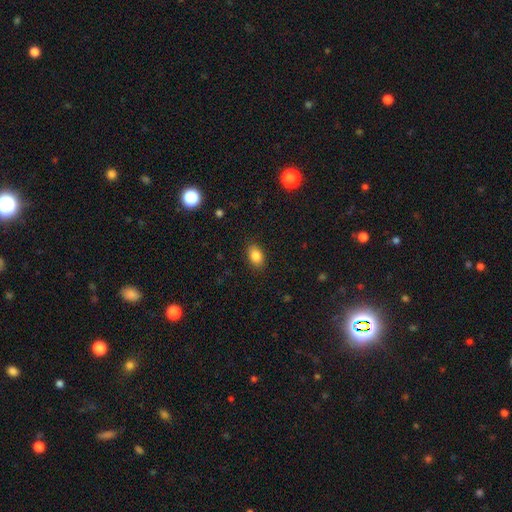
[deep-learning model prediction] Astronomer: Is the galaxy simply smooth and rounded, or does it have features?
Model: smooth — 85%.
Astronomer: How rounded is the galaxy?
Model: in between — 83%.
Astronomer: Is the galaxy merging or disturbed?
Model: none — 87%.